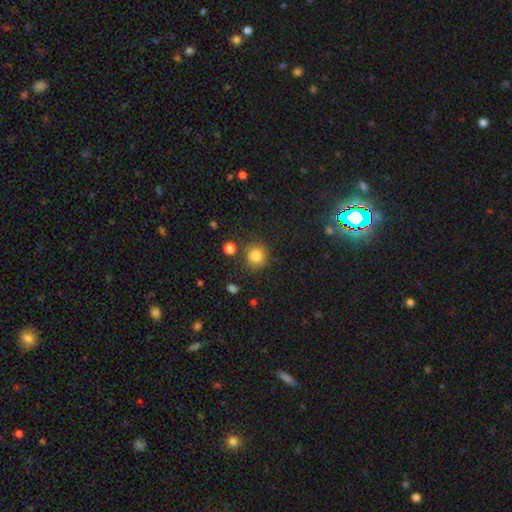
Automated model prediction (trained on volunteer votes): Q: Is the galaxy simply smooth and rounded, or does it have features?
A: smooth — 83%.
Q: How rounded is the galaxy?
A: round — 89%.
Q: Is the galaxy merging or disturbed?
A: none — 83%.